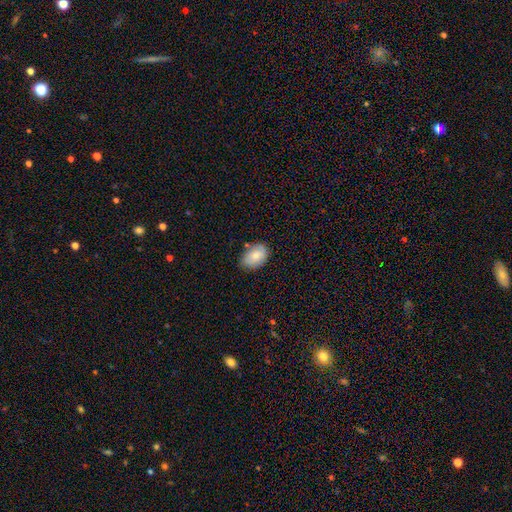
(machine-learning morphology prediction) A smooth galaxy with no disk features (76%) that is in between round and cigar-shaped (84%). Merging: none (70%).